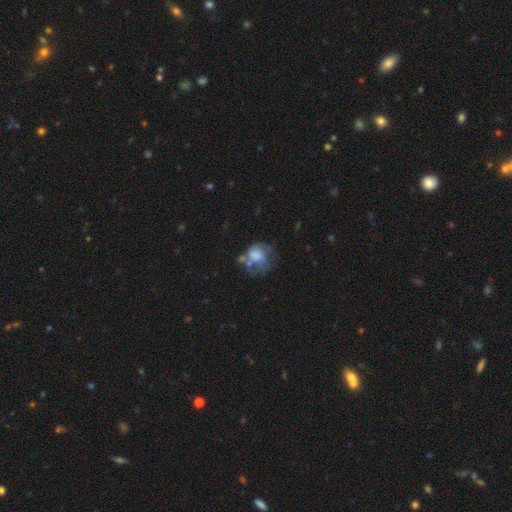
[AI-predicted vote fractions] The model was most divided on "merging": major disturbance: 31%, none: 30%, minor disturbance: 23%, merger: 16%. More confident: how rounded — round (63%); smooth or featured — smooth (55%).